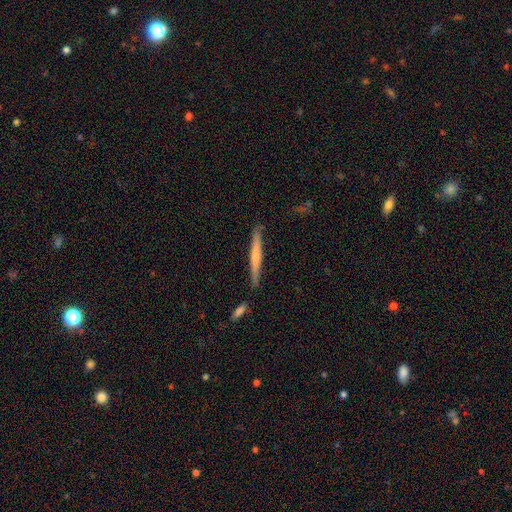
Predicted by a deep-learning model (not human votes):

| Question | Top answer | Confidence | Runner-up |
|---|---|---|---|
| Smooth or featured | smooth | 50% | featured or disk (45%) |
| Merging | none | 85% | minor disturbance (10%) |